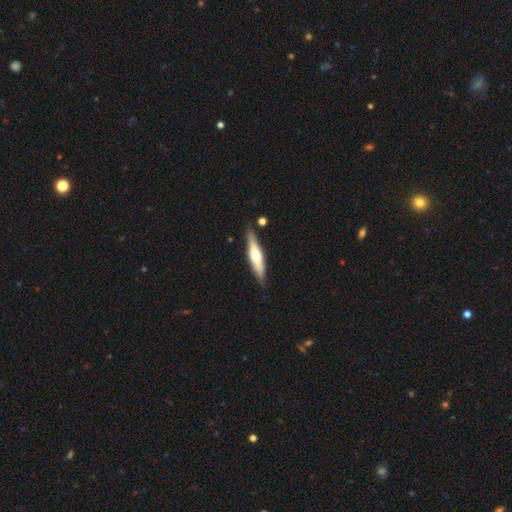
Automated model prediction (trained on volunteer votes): A featured or disk galaxy (59%) viewed edge-on (94%) with a rounded central bulge (89%). Merging: none (85%).